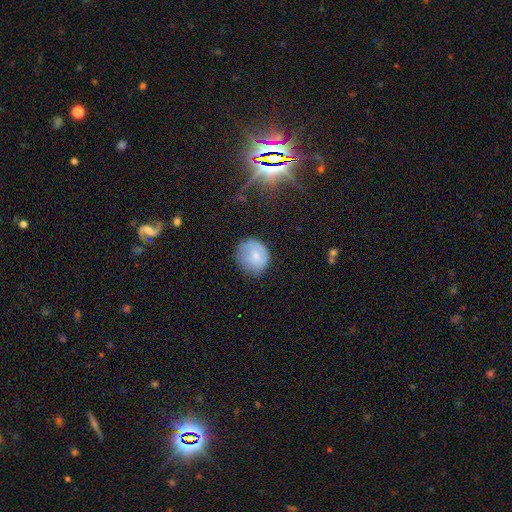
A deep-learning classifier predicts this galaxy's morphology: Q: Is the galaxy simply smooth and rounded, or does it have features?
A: smooth — 72%.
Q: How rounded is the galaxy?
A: round — 83%.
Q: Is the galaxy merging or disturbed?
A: none — 67%.